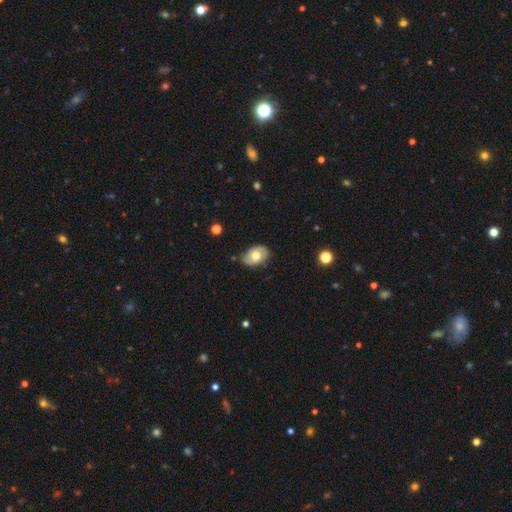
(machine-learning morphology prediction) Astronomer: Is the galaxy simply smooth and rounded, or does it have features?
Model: smooth — 60%.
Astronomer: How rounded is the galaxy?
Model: in between — 86%.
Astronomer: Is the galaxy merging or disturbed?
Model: none — 73%.